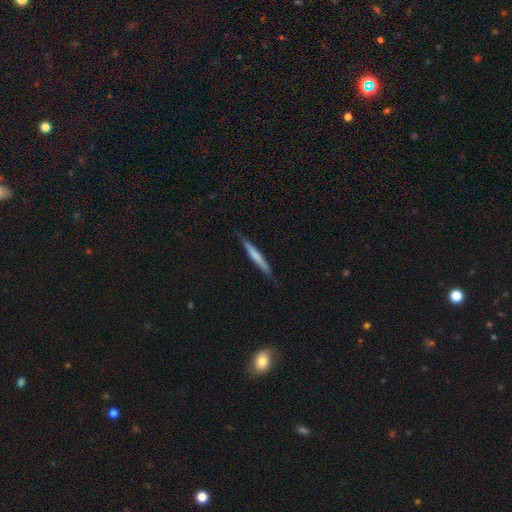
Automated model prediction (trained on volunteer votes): smooth_or_featured: smooth (p=0.56) [alt: featured or disk p=0.39]
how_rounded: cigar-shaped (p=0.96) [alt: in between p=0.03]
merging: none (p=0.84) [alt: minor disturbance p=0.13]